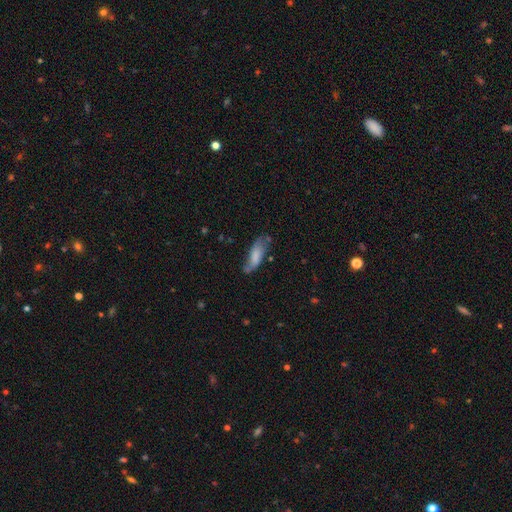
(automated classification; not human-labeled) This is likely a smooth galaxy (68%). How rounded: likely in between (66%). Merging: possibly none (47%).